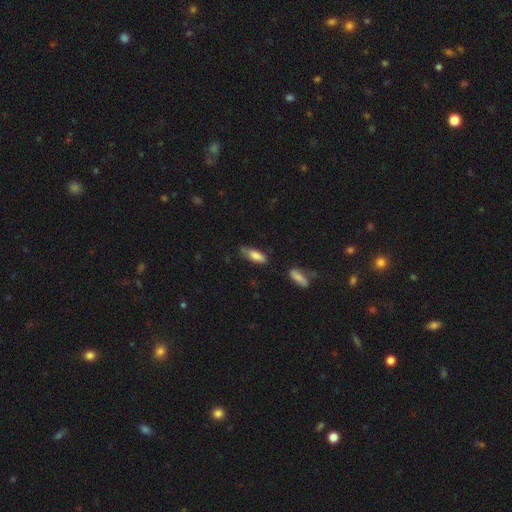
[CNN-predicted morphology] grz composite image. It shows a smooth galaxy with no disk features (80%) that is in between round and cigar-shaped (59%). Merging: none (61%).